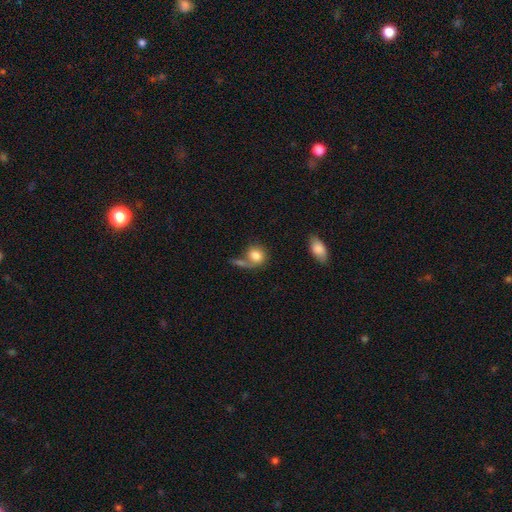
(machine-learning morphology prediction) smooth-or-featured: smooth: 80% | featured or disk: 12% | star or artifact: 8%
  how-rounded: round: 64% | in between: 34% | cigar-shaped: 2%
  merging: none: 39% | merger: 34% | minor disturbance: 14% | major disturbance: 13%